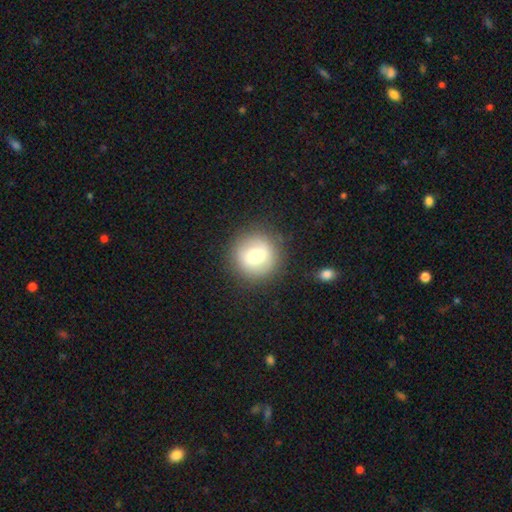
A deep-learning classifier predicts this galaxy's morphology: Smooth or featured? Predicted: smooth (p=0.62). How rounded? Predicted: round (p=0.93). Merging? Predicted: none (p=0.88).